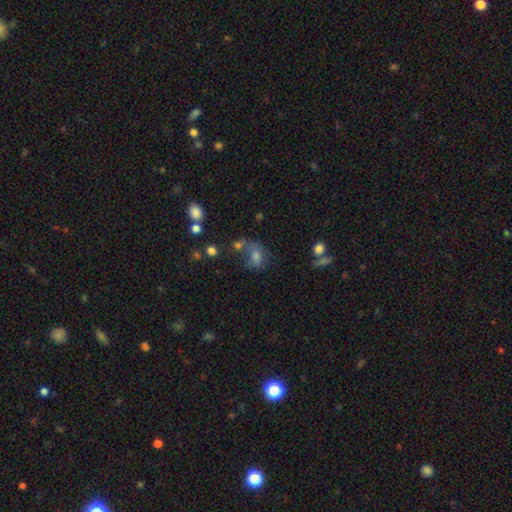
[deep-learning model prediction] Smooth or featured?
  - smooth: 68% *
  - star or artifact: 16%
  - featured or disk: 16%
How rounded?
  - in between: 71% *
  - round: 26%
  - cigar-shaped: 2%
Merging?
  - none: 34% *
  - merger: 27%
  - major disturbance: 20%
  - minor disturbance: 19%